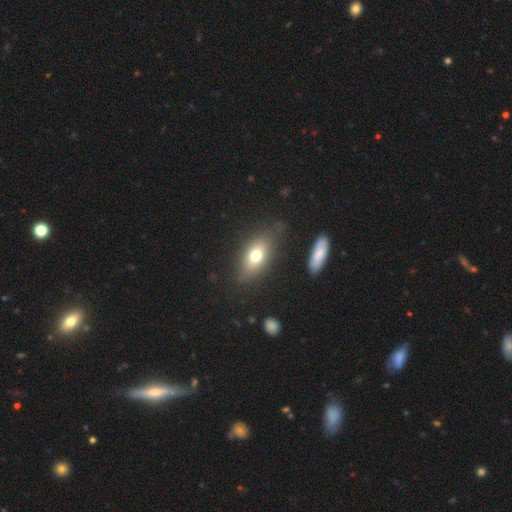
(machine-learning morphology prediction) A smooth galaxy with no disk features (71%) that is in between round and cigar-shaped (81%).

Vote fractions:
- Smooth or featured? smooth: 71% / featured or disk: 19% / star or artifact: 10%
- How rounded? in between: 81% / round: 11% / cigar-shaped: 8%
- Merging? none: 75% / minor disturbance: 16% / major disturbance: 6% / merger: 3%